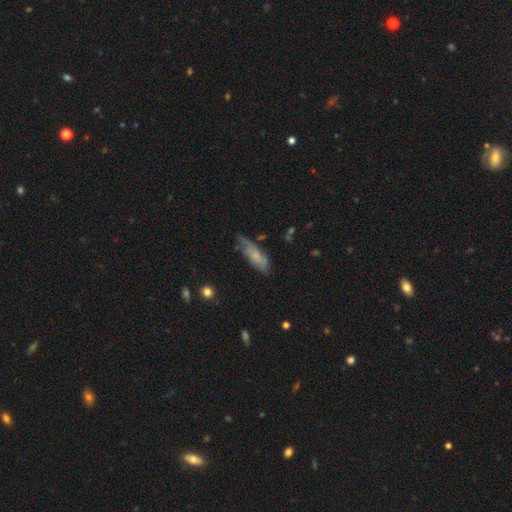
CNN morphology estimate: Q: Smooth or featured?
A: smooth (60%); runner-up: featured or disk (32%)
Q: How rounded?
A: in between (58%); runner-up: cigar-shaped (40%)
Q: Merging?
A: none (52%); runner-up: minor disturbance (33%)